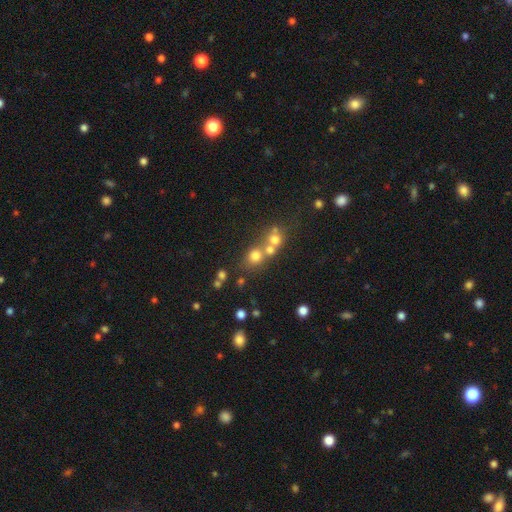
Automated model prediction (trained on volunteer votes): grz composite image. It shows a smooth galaxy with no disk features (65%) that is round (80%). Merging: merger (45%).